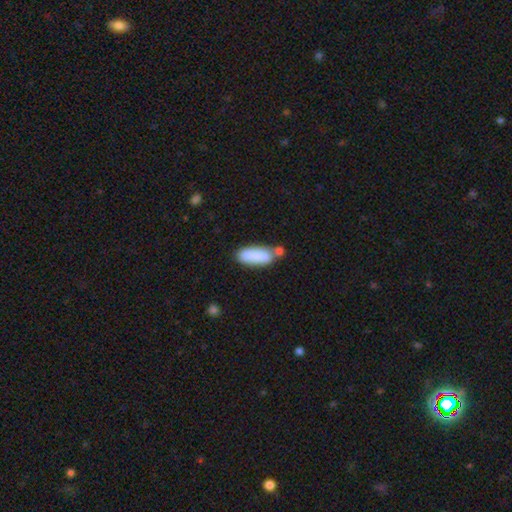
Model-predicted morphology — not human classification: smooth 84%, featured or disk 10%, star or artifact 6%. Down the decision tree: how rounded — in between (71%); merging — none (55%).